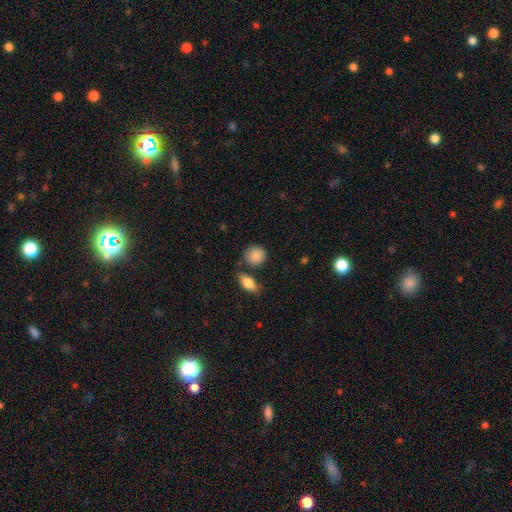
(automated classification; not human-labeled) A smooth galaxy with no disk features (87%) that is round (77%).

Vote fractions:
- Smooth or featured? smooth: 87% / star or artifact: 7% / featured or disk: 5%
- How rounded? round: 77% / in between: 21% / cigar-shaped: 2%
- Merging? none: 71% / minor disturbance: 16% / merger: 9% / major disturbance: 4%